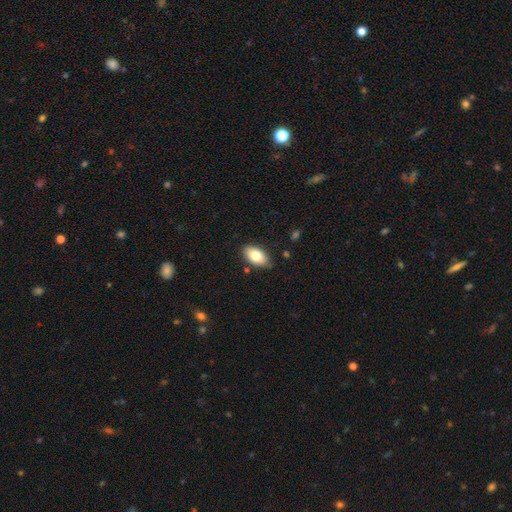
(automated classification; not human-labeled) Q: Smooth or featured?
A: smooth (79%); runner-up: featured or disk (14%)
Q: How rounded?
A: in between (93%); runner-up: round (5%)
Q: Merging?
A: none (82%); runner-up: minor disturbance (13%)